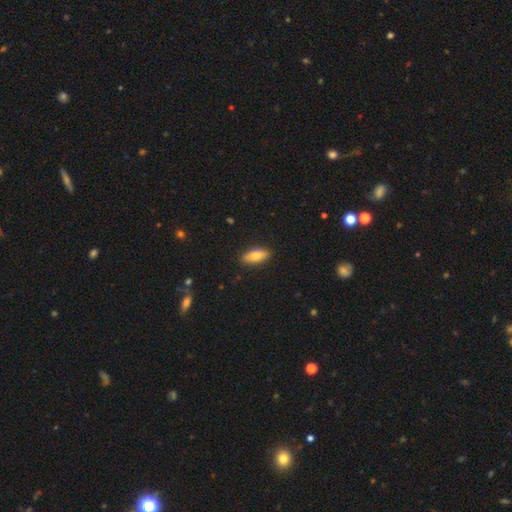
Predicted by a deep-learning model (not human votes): Smooth or featured?
  - smooth: 76% *
  - featured or disk: 18%
  - star or artifact: 6%
How rounded?
  - in between: 77% *
  - cigar-shaped: 20%
  - round: 3%
Merging?
  - none: 88% *
  - minor disturbance: 9%
  - major disturbance: 2%
  - merger: 1%